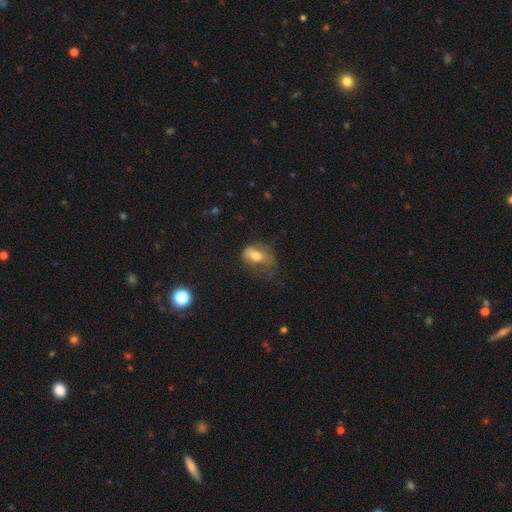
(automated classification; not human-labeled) A smooth galaxy with no disk features (60%) that is in between round and cigar-shaped (76%).

Vote fractions:
- Smooth or featured? smooth: 60% / featured or disk: 29% / star or artifact: 11%
- How rounded? in between: 76% / round: 22% / cigar-shaped: 3%
- Merging? major disturbance: 36% / none: 32% / minor disturbance: 30% / merger: 2%